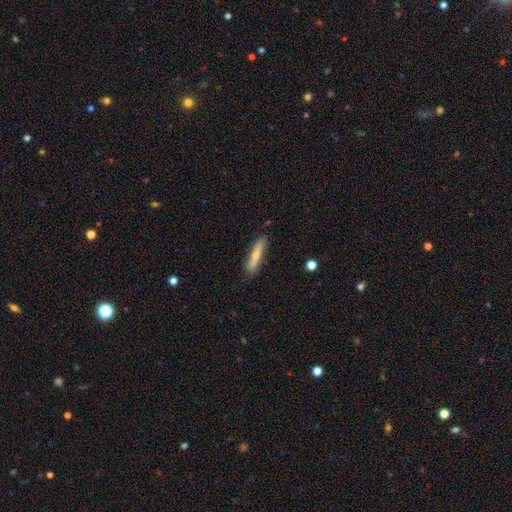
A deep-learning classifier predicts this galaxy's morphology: Smooth or featured? smooth (62%)
How rounded? cigar-shaped (90%)
Merging? none (79%)